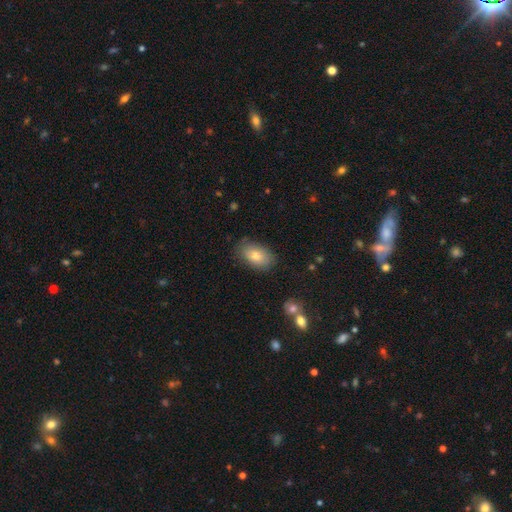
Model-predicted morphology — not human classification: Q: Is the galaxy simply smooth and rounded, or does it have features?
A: smooth — 78%.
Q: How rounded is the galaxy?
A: in between — 91%.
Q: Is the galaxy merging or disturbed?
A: none — 82%.